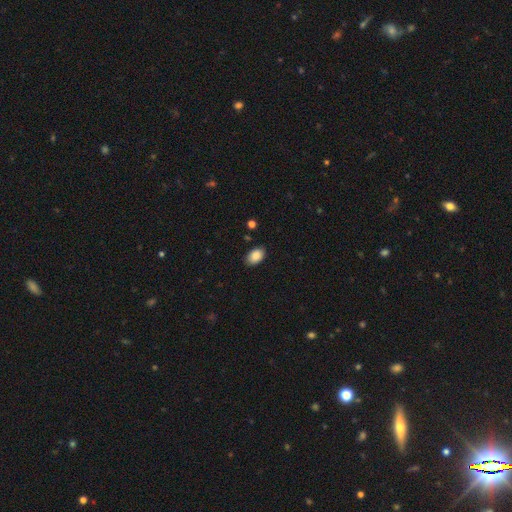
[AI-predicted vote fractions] This appears to be a smooth galaxy with no disk features (88%) that is in between round and cigar-shaped (89%). Merging: none (86%).